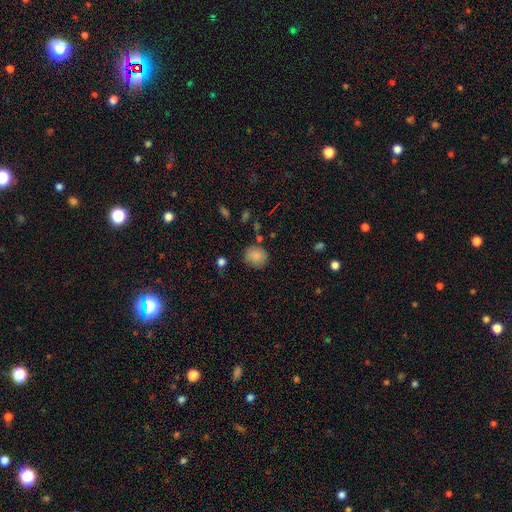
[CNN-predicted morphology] A smooth galaxy with no disk features (86%) that is round (80%). Merging: none (81%).